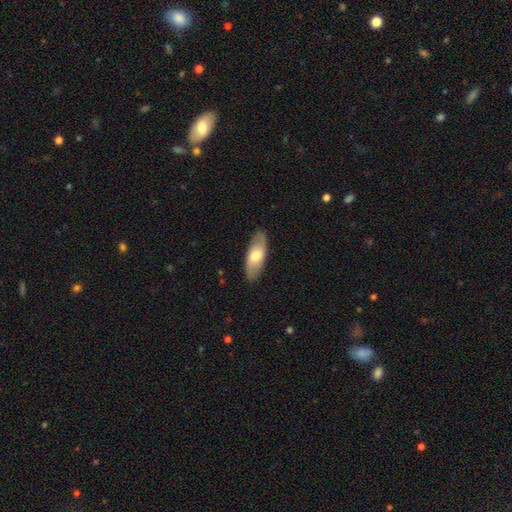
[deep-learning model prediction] A smooth galaxy with no disk features (59%) that is in between round and cigar-shaped (78%). Merging: none (87%).